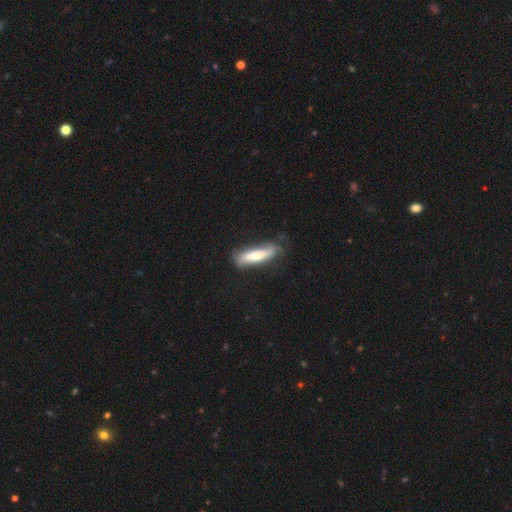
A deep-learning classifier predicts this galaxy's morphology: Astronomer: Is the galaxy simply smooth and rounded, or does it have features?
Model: smooth — 59% (runner-up: featured or disk, 36%).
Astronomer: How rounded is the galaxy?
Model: cigar-shaped — 67%.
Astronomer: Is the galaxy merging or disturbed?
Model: none — 63%.